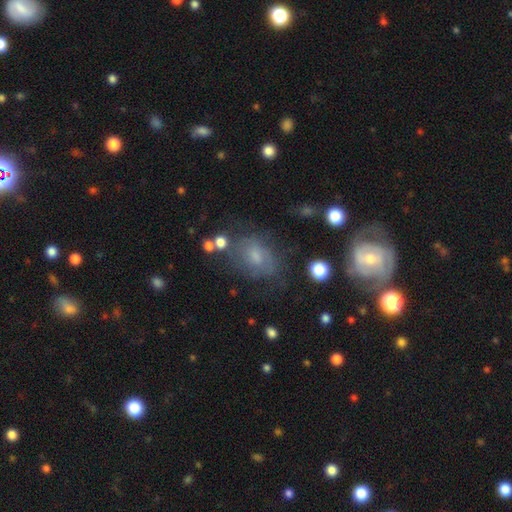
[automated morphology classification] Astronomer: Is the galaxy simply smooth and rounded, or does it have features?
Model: featured or disk — 47% (runner-up: smooth, 35%).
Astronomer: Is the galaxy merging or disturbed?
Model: none — 61%.